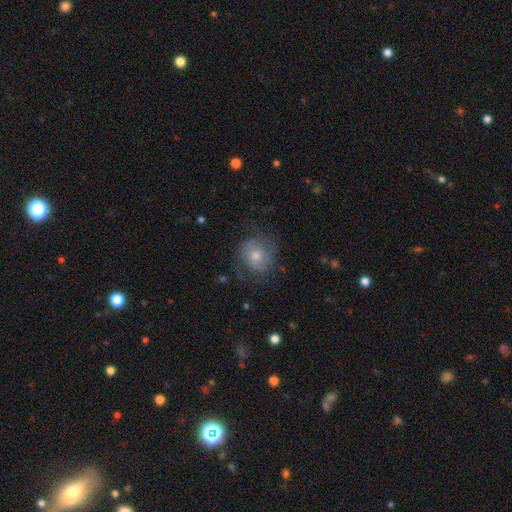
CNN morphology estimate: type=featured or disk (47%); merging=none (68%).